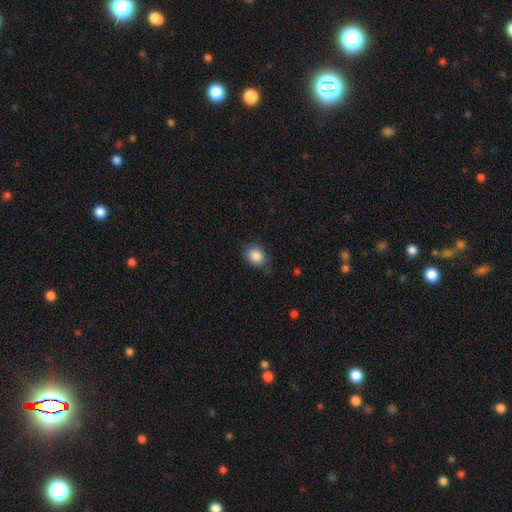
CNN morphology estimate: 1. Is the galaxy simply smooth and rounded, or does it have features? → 87% smooth, 8% star or artifact, 5% featured or disk.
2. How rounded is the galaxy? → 56% in between, 43% round, 1% cigar-shaped.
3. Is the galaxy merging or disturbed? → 75% none, 19% minor disturbance, 4% major disturbance, 1% merger.